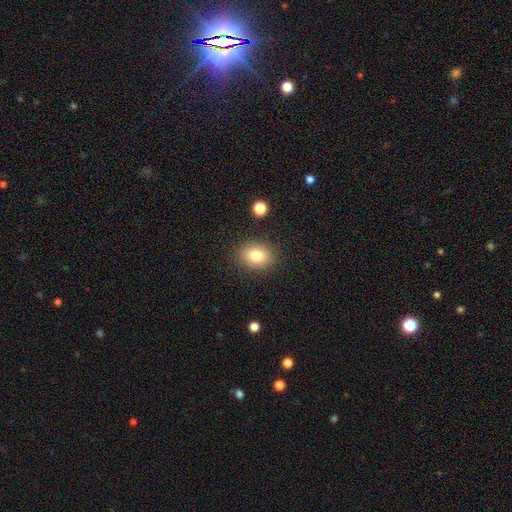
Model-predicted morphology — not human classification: Smooth or featured? smooth (80%)
How rounded? in between (56%)
Merging? none (89%)